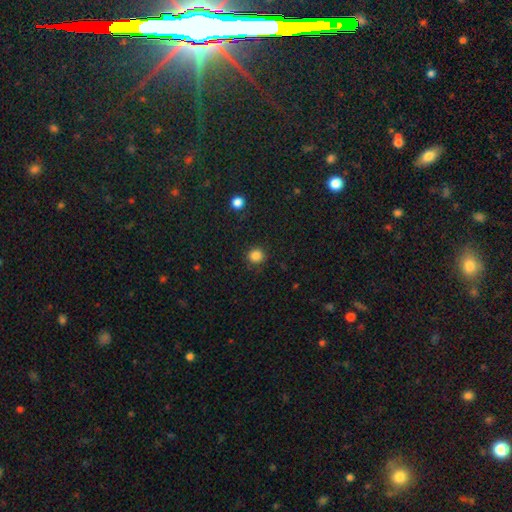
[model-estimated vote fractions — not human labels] Q: Smooth or featured?
A: smooth (85%); runner-up: star or artifact (12%)
Q: How rounded?
A: round (91%); runner-up: in between (8%)
Q: Merging?
A: none (87%); runner-up: minor disturbance (9%)